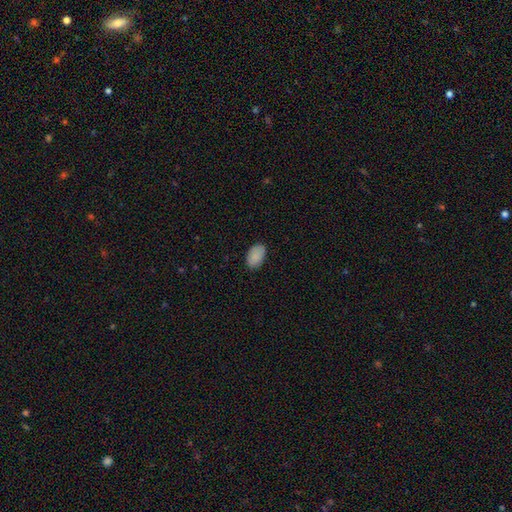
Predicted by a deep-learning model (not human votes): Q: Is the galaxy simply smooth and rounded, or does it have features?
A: smooth — 89%.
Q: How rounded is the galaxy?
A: in between — 92%.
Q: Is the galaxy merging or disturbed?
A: none — 85%.